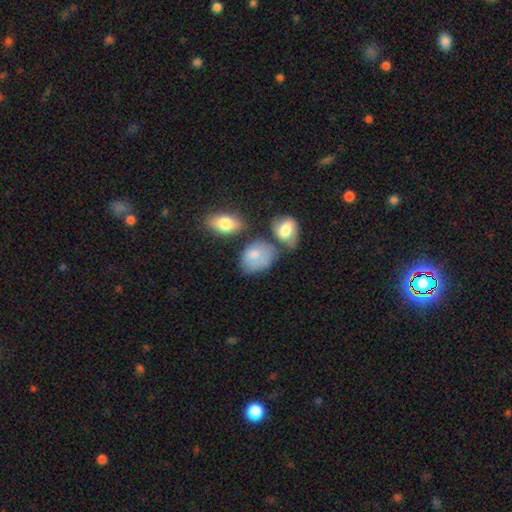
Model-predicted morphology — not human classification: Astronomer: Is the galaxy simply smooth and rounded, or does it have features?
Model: smooth — 75%.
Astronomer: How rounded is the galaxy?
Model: in between — 63%.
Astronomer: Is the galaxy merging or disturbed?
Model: none — 43% (runner-up: minor disturbance, 27%).